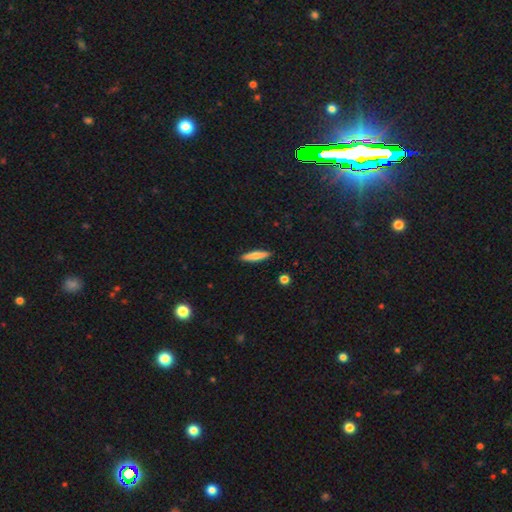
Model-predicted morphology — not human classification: Q: Smooth or featured?
A: smooth (65%); runner-up: featured or disk (29%)
Q: How rounded?
A: cigar-shaped (83%); runner-up: in between (15%)
Q: Merging?
A: none (90%); runner-up: minor disturbance (7%)